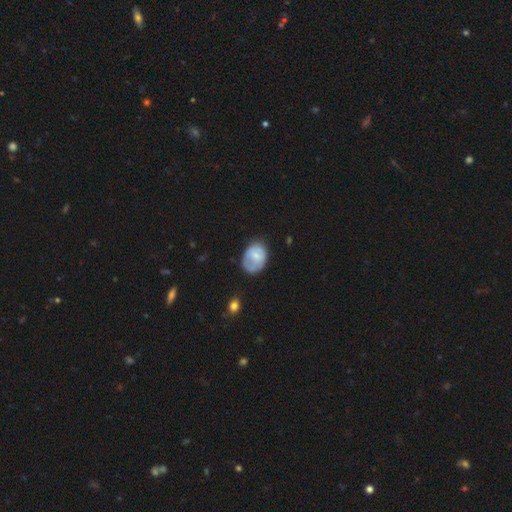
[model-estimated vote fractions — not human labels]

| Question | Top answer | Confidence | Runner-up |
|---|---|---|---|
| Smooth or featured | smooth | 62% | featured or disk (31%) |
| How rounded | in between | 66% | round (33%) |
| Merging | none | 53% | minor disturbance (31%) |